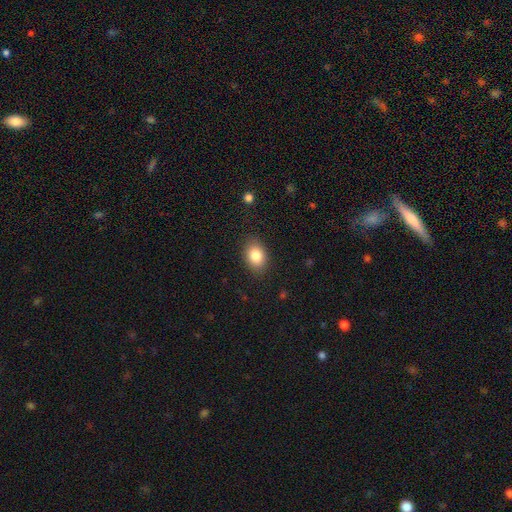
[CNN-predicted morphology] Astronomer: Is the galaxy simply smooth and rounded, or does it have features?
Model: smooth — 84%.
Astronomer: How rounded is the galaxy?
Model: in between — 74%.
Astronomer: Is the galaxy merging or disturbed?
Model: none — 85%.